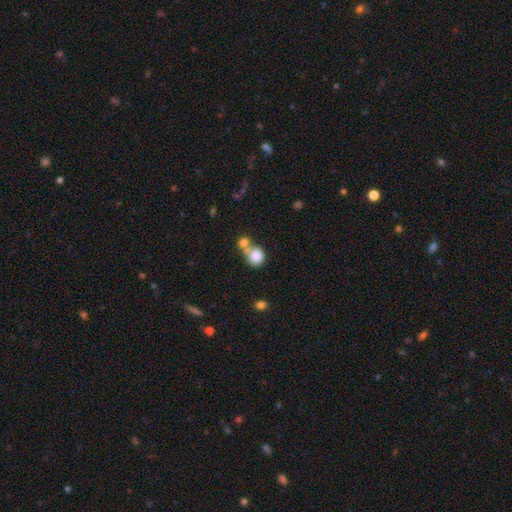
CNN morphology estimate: type=smooth (80%); roundness=round (80%); merging=merger (50%).